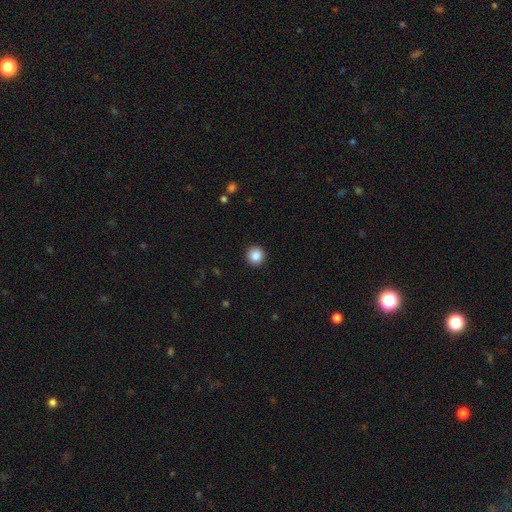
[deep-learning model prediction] A smooth galaxy with no disk features (87%) that is round (94%).

Vote fractions:
- Smooth or featured? smooth: 87% / star or artifact: 9% / featured or disk: 4%
- How rounded? round: 94% / in between: 5% / cigar-shaped: 1%
- Merging? none: 93% / minor disturbance: 5% / major disturbance: 2% / merger: 1%